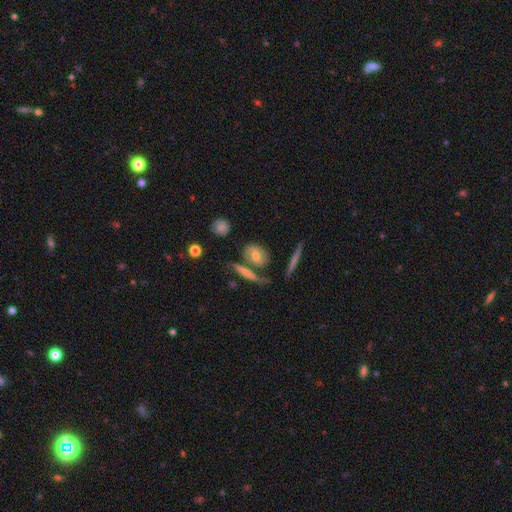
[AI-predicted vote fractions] A smooth galaxy with no disk features (46%). Merging: none (59%).